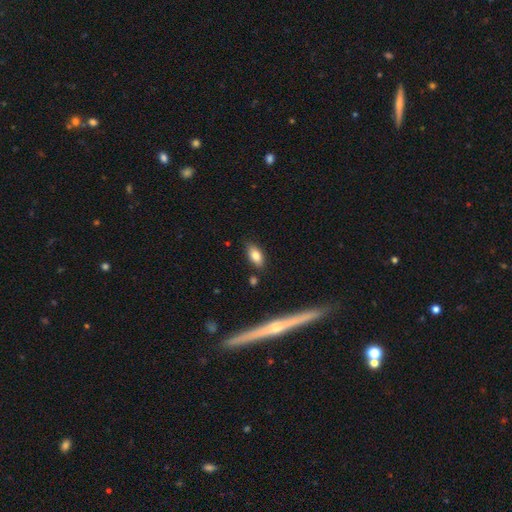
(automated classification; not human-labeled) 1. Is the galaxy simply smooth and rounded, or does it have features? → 79% smooth, 13% featured or disk, 8% star or artifact.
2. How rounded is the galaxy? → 86% in between, 10% cigar-shaped, 4% round.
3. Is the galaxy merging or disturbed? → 81% none, 13% minor disturbance, 3% merger, 3% major disturbance.